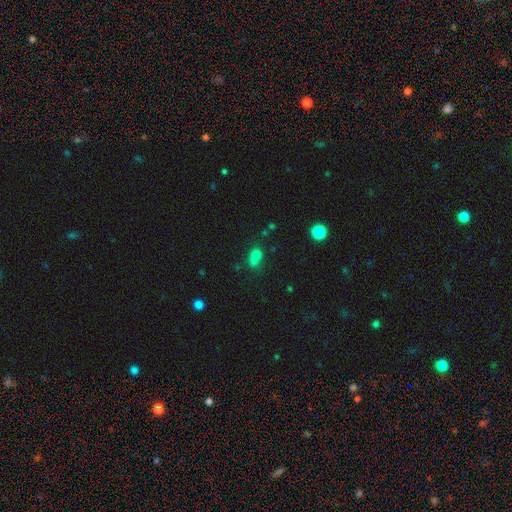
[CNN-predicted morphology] The model was most divided on "merging": merger: 37%, none: 35%, minor disturbance: 17%, major disturbance: 11%. More confident: smooth or featured — smooth (70%); how rounded — in between (53%).